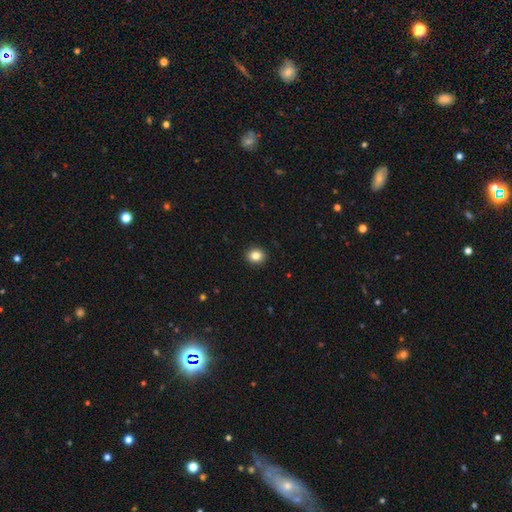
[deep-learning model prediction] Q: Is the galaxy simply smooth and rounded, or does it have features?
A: smooth — 84%.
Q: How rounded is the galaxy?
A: round — 75%.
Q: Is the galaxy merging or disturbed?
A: none — 92%.